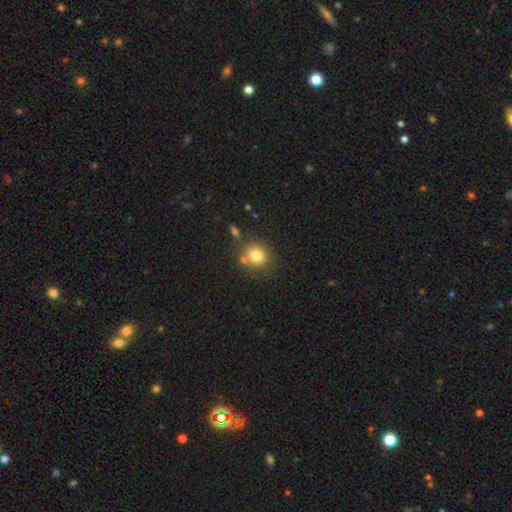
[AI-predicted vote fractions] A smooth galaxy with no disk features (80%) that is round (83%).

Vote fractions:
- Smooth or featured? smooth: 80% / star or artifact: 11% / featured or disk: 9%
- How rounded? round: 83% / in between: 16% / cigar-shaped: 1%
- Merging? none: 71% / merger: 14% / minor disturbance: 12% / major disturbance: 4%